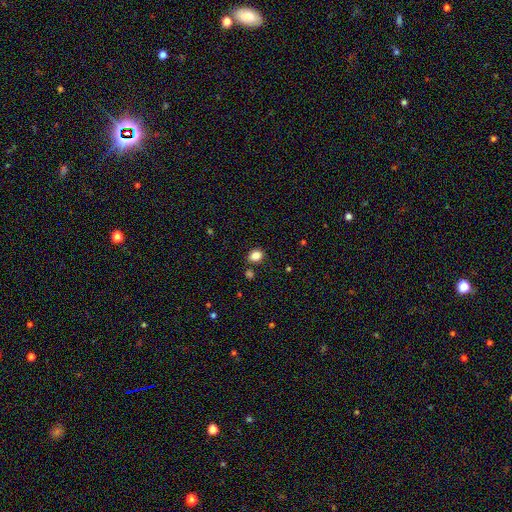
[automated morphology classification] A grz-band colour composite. It shows a smooth galaxy with no disk features (85%) that is in between round and cigar-shaped (55%). Merging: none (78%).